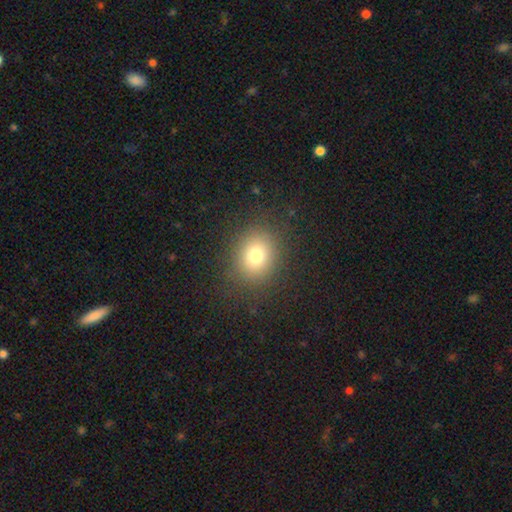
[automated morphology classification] Smooth or featured? Predicted: smooth (p=0.75). How rounded? Predicted: round (p=0.65). Merging? Predicted: none (p=0.86).